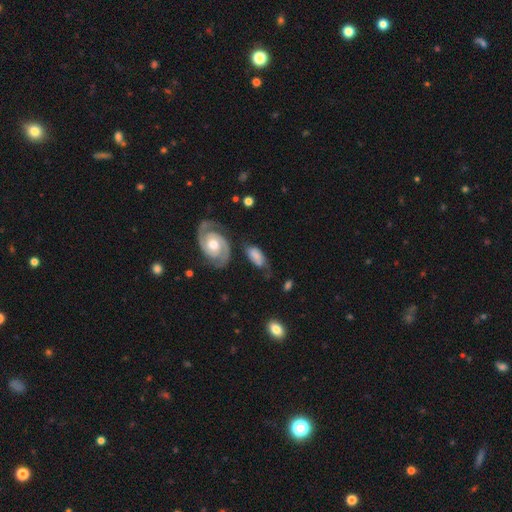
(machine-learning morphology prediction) Smooth or featured?
  - featured or disk: 49% *
  - smooth: 42%
  - star or artifact: 9%
Merging?
  - none: 54% *
  - minor disturbance: 25%
  - major disturbance: 12%
  - merger: 8%